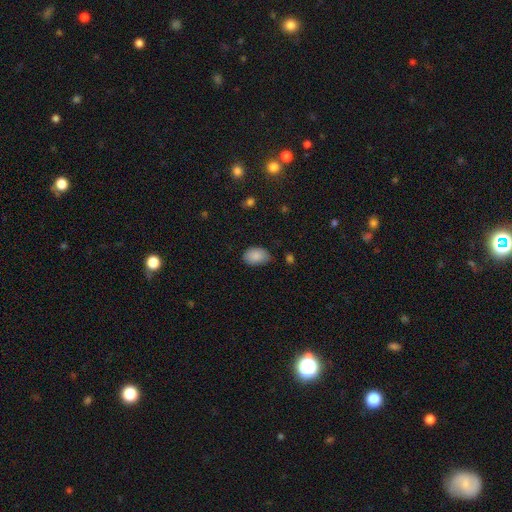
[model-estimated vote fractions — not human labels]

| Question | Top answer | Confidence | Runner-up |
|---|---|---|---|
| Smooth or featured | smooth | 88% | star or artifact (7%) |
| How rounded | in between | 87% | round (12%) |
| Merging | none | 73% | minor disturbance (21%) |